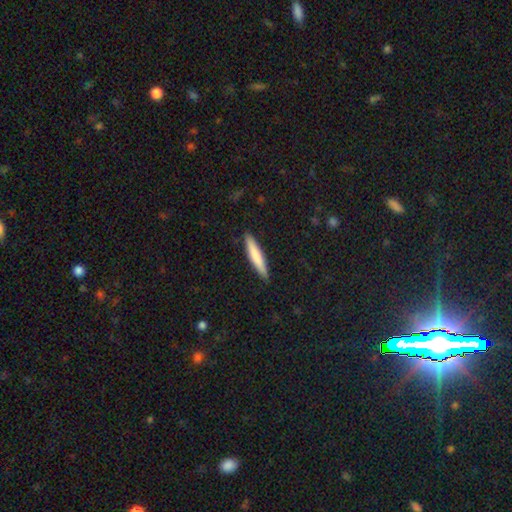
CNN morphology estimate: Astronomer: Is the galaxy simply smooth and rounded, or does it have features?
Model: smooth — 75%.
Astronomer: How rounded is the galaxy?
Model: cigar-shaped — 90%.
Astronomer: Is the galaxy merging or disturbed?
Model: none — 89%.